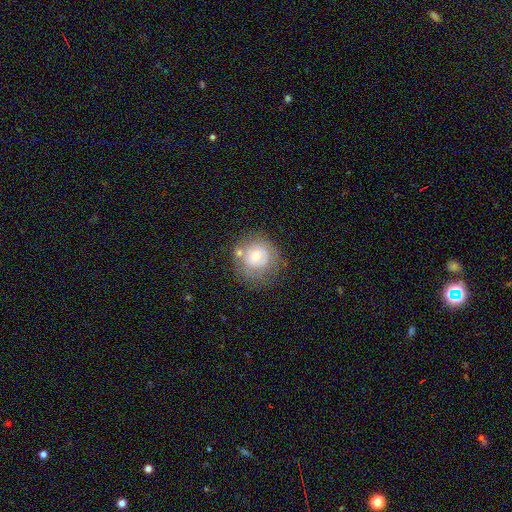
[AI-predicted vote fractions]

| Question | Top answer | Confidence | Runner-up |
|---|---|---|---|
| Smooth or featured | smooth | 51% | featured or disk (40%) |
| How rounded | round | 90% | in between (9%) |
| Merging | none | 63% | minor disturbance (18%) |